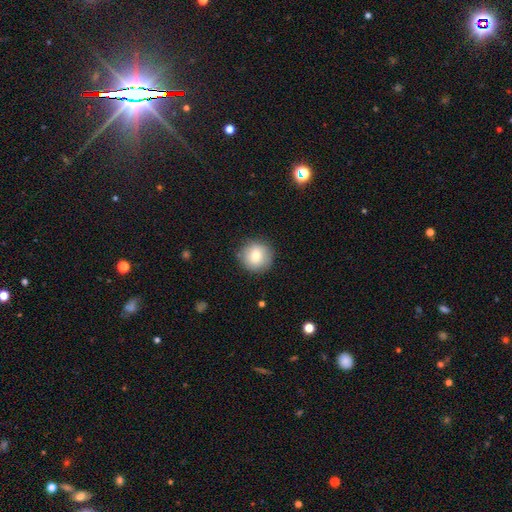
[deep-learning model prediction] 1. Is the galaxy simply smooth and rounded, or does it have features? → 78% smooth, 13% featured or disk, 9% star or artifact.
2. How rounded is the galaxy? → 95% round, 4% in between, 1% cigar-shaped.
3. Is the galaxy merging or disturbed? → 89% none, 8% minor disturbance, 2% major disturbance, 1% merger.